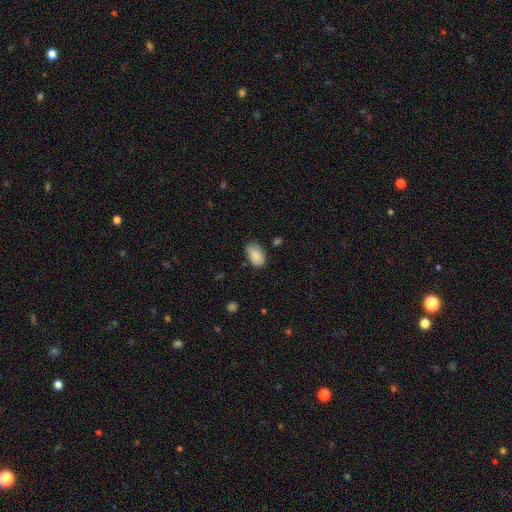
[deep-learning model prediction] This is clearly a smooth galaxy (87%). How rounded: clearly in between (92%). Merging: likely none (71%).